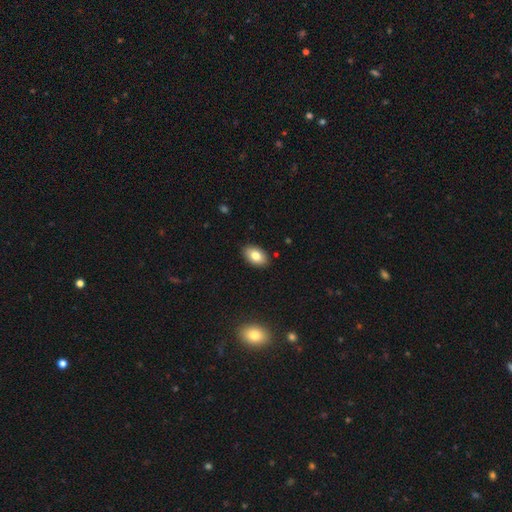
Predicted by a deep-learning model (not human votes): Morphology: type=smooth (80%); roundness=in between (91%); merging=none (88%).